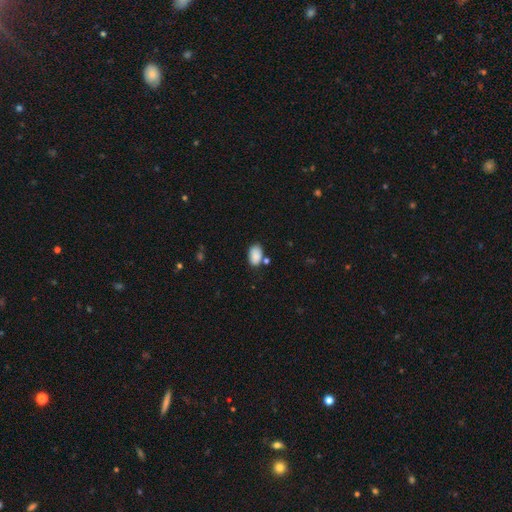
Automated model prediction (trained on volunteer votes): Overall: smooth (87%). How rounded: in between (91%). Merging: none (67%).